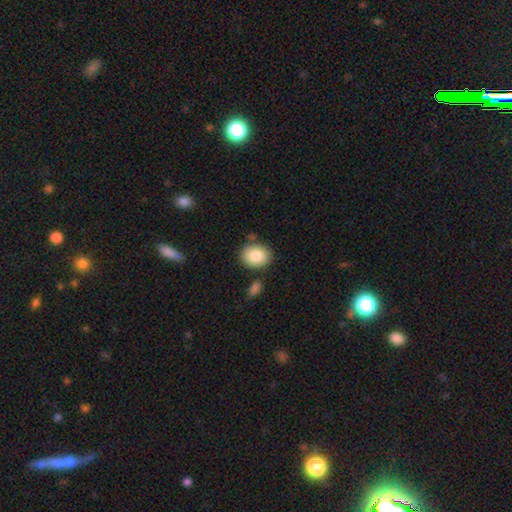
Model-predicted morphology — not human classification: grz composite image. It shows a smooth galaxy with no disk features (85%) that is round (51%). Merging: none (79%).